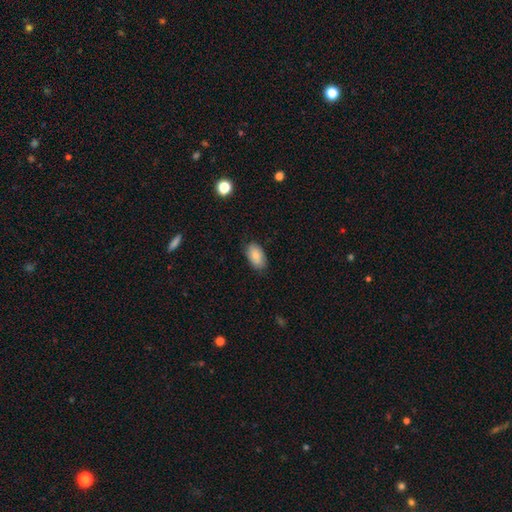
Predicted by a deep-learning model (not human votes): smooth 81%, featured or disk 12%, star or artifact 7%. Down the decision tree: how rounded — in between (93%); merging — none (80%).